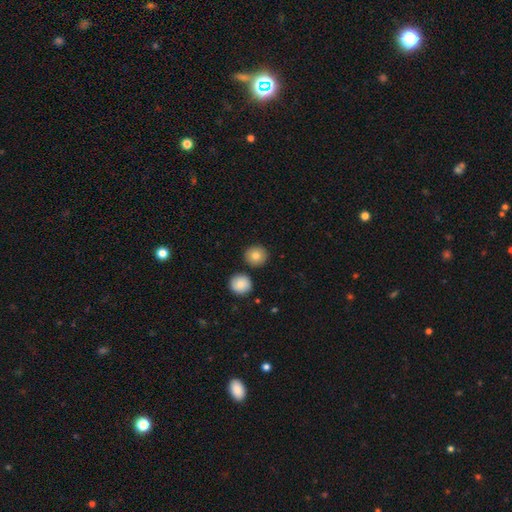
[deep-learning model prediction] This is clearly a smooth galaxy (84%). How rounded: clearly round (89%). Merging: clearly none (85%).